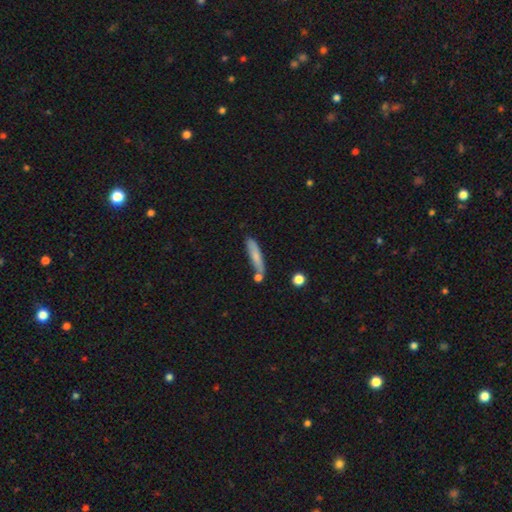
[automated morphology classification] smooth_or_featured: smooth (p=0.72) [alt: featured or disk p=0.21]
how_rounded: cigar-shaped (p=0.84) [alt: in between p=0.14]
merging: none (p=0.67) [alt: minor disturbance p=0.18]